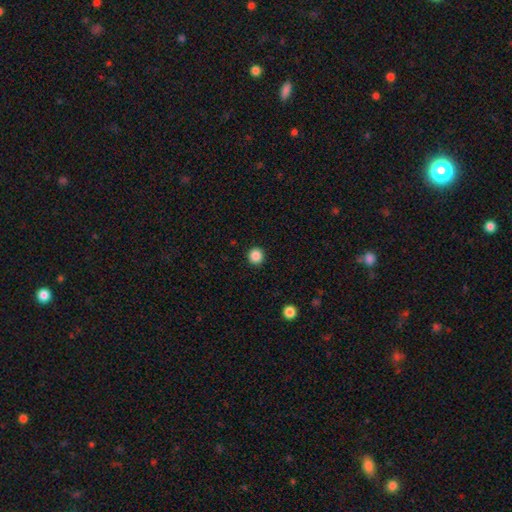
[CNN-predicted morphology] type=smooth (87%); roundness=round (95%); merging=none (93%).